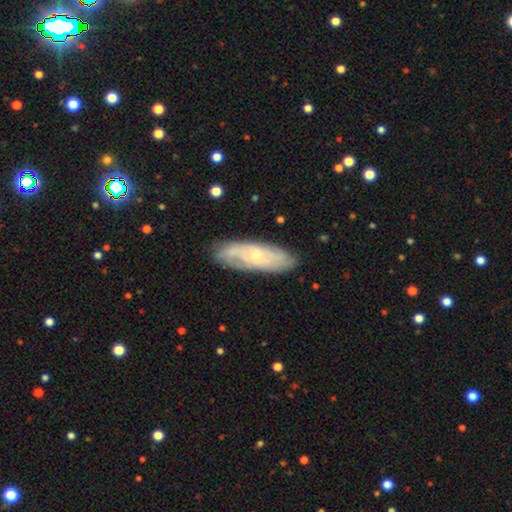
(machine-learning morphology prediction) type=featured or disk (60%); edge-on=no (80%); merging=none (79%).